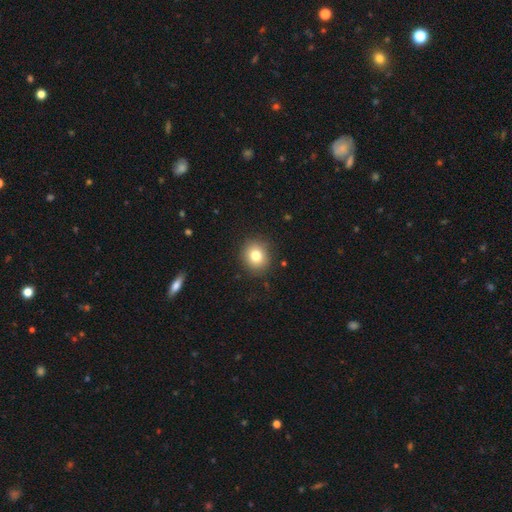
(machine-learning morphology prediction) Smooth or featured: smooth — 80% (star or artifact — 11%)
How rounded: round — 79% (in between — 20%)
Merging: none — 88% (minor disturbance — 8%)